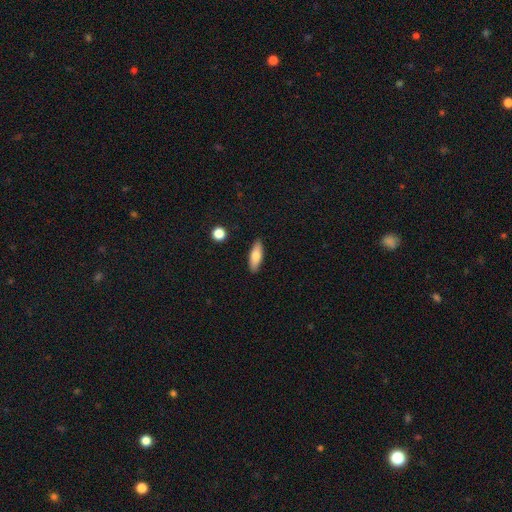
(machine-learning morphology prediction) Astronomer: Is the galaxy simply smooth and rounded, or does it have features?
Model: smooth — 76%.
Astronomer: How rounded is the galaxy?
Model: in between — 61%.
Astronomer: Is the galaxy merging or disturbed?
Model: none — 89%.